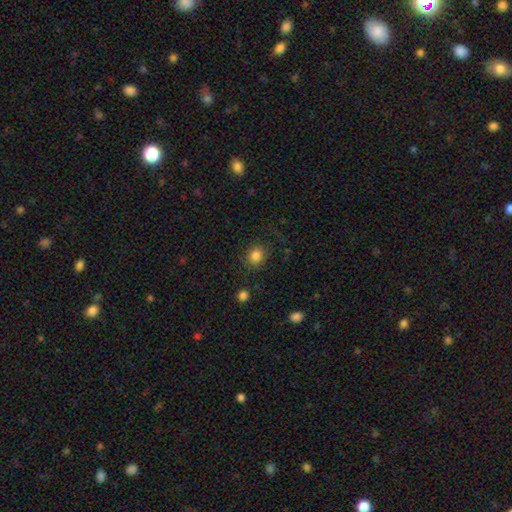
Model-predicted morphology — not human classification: Smooth or featured?
  - smooth: 84% *
  - star or artifact: 11%
  - featured or disk: 6%
How rounded?
  - round: 75% *
  - in between: 24%
  - cigar-shaped: 1%
Merging?
  - none: 80% *
  - minor disturbance: 13%
  - major disturbance: 5%
  - merger: 2%